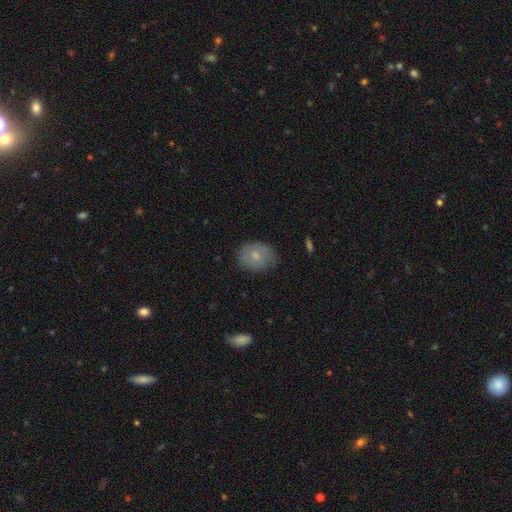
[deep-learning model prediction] smooth_or_featured: smooth (p=0.72) [alt: featured or disk p=0.20]
how_rounded: in between (p=0.55) [alt: round p=0.44]
merging: none (p=0.70) [alt: minor disturbance p=0.24]